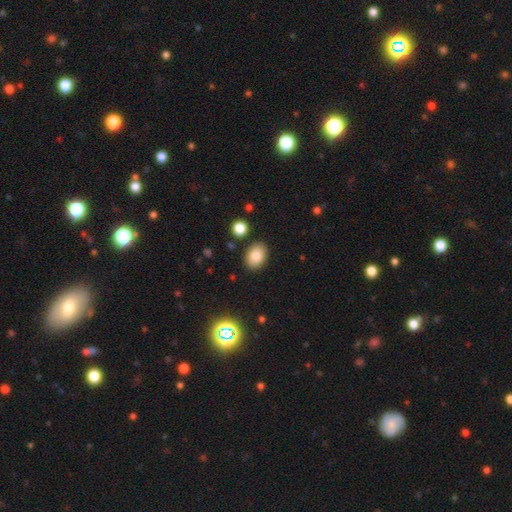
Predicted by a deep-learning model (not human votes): Smooth or featured: smooth — 83% (star or artifact — 9%)
How rounded: in between — 76% (round — 23%)
Merging: none — 86% (minor disturbance — 9%)